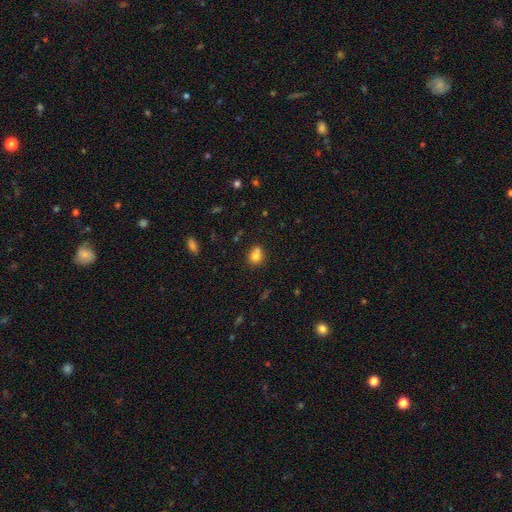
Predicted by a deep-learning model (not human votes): smooth_or_featured: smooth (p=0.76) [alt: featured or disk p=0.12]
how_rounded: round (p=0.66) [alt: in between p=0.33]
merging: none (p=0.50) [alt: merger p=0.32]